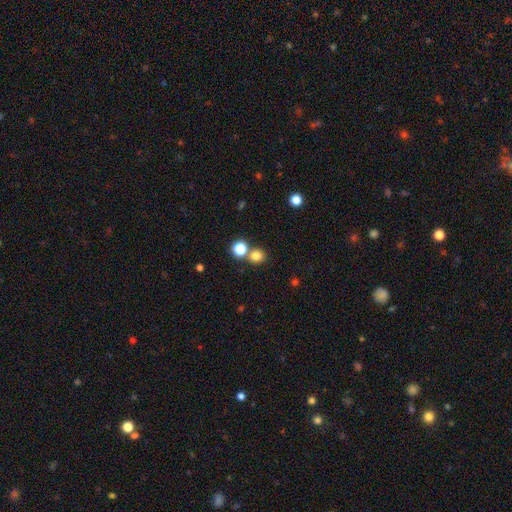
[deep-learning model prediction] Smooth or featured? Predicted: smooth (p=0.78). How rounded? Predicted: round (p=0.85). Merging? Predicted: none (p=0.65).